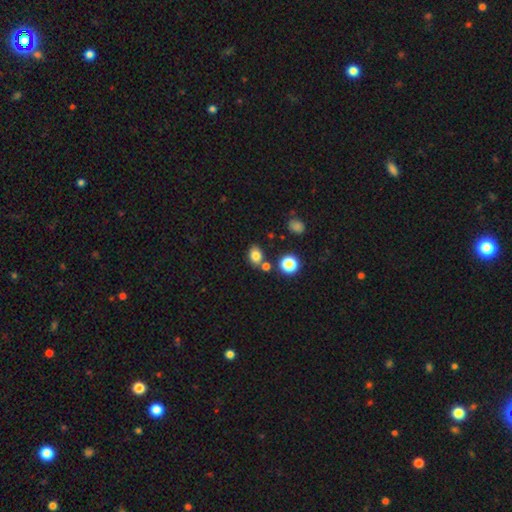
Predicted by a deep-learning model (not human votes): A smooth galaxy with no disk features (80%) that is in between round and cigar-shaped (61%).

Vote fractions:
- Smooth or featured? smooth: 80% / star or artifact: 13% / featured or disk: 7%
- How rounded? in between: 61% / round: 38% / cigar-shaped: 1%
- Merging? none: 69% / merger: 15% / minor disturbance: 12% / major disturbance: 4%